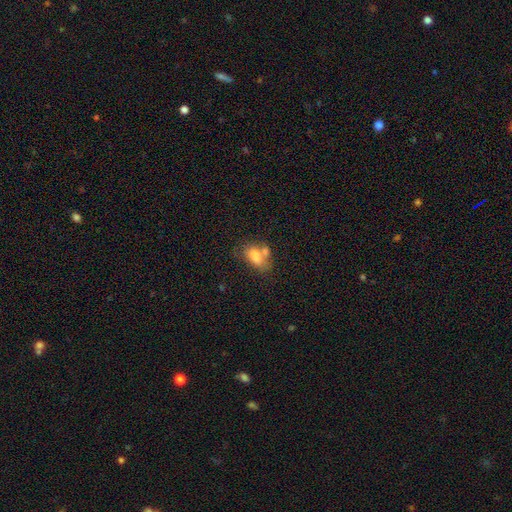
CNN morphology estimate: Overall: smooth (73%). How rounded: in between (85%). Merging: merger (47%; none 30%).